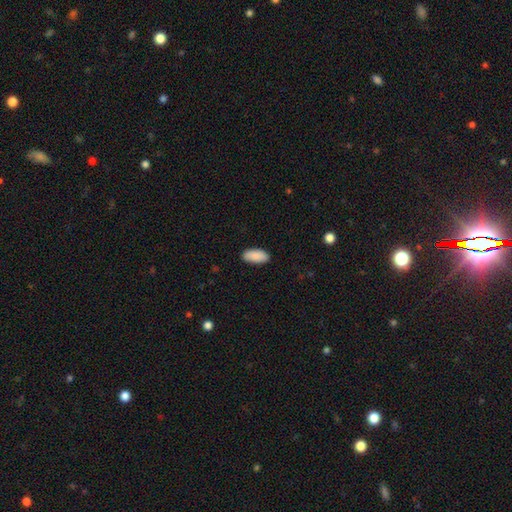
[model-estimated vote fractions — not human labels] A smooth galaxy with no disk features (90%) that is in between round and cigar-shaped (92%).

Vote fractions:
- Smooth or featured? smooth: 90% / star or artifact: 6% / featured or disk: 4%
- How rounded? in between: 92% / cigar-shaped: 6% / round: 2%
- Merging? none: 87% / minor disturbance: 10% / major disturbance: 2% / merger: 1%